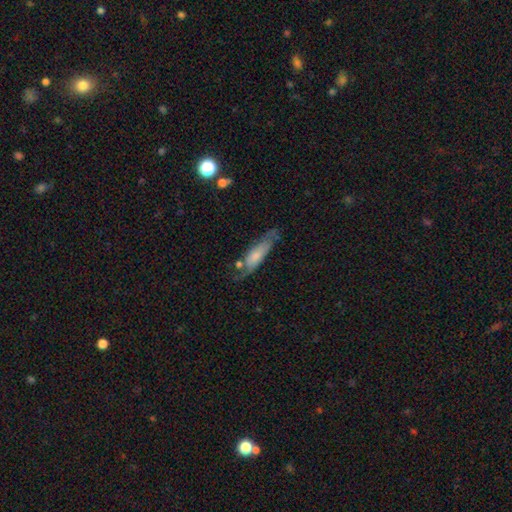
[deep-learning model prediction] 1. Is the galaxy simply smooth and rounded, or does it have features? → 57% smooth, 36% featured or disk, 7% star or artifact.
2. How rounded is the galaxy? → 59% cigar-shaped, 39% in between, 2% round.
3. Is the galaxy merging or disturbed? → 49% none, 28% minor disturbance, 15% major disturbance, 8% merger.